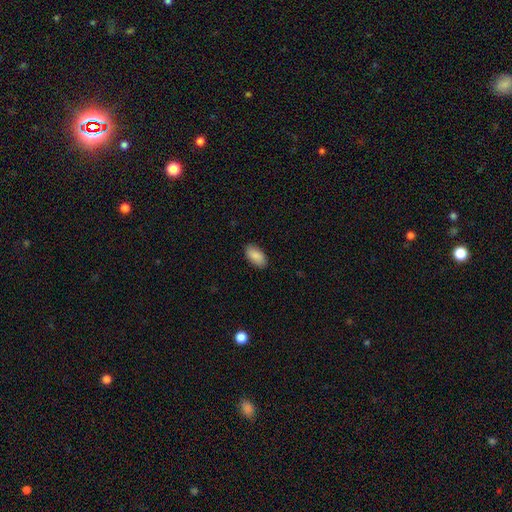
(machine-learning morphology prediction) A smooth galaxy with no disk features (89%) that is in between round and cigar-shaped (95%). Merging: none (89%).